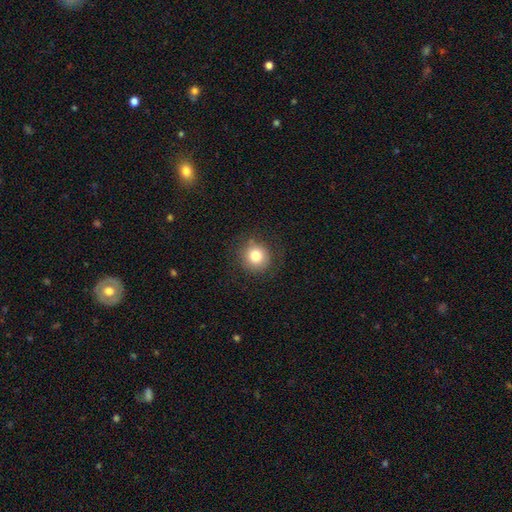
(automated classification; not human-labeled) Smooth or featured? smooth (80%)
How rounded? round (91%)
Merging? none (84%)